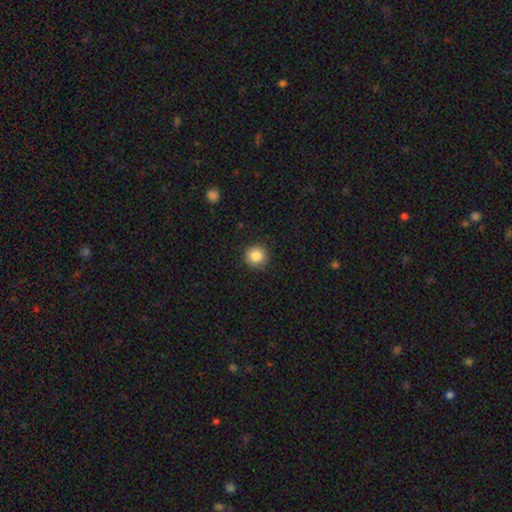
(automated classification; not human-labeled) This appears to be a smooth galaxy with no disk features (86%) that is round (94%). Merging: none (90%).